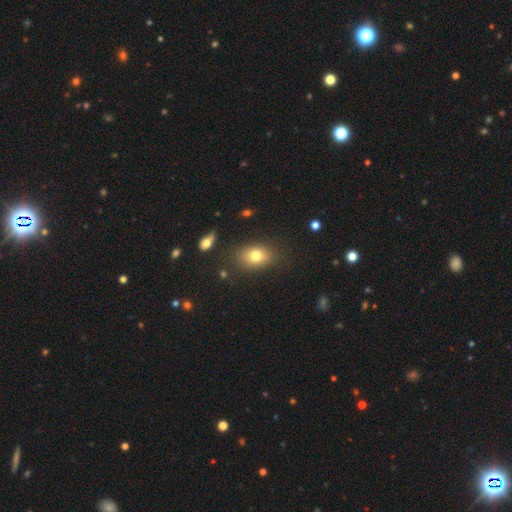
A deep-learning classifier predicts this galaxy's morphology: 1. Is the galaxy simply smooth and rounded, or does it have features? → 76% smooth, 13% featured or disk, 11% star or artifact.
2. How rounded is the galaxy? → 72% in between, 27% round, 2% cigar-shaped.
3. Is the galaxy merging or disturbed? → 80% none, 13% minor disturbance, 5% major disturbance, 3% merger.